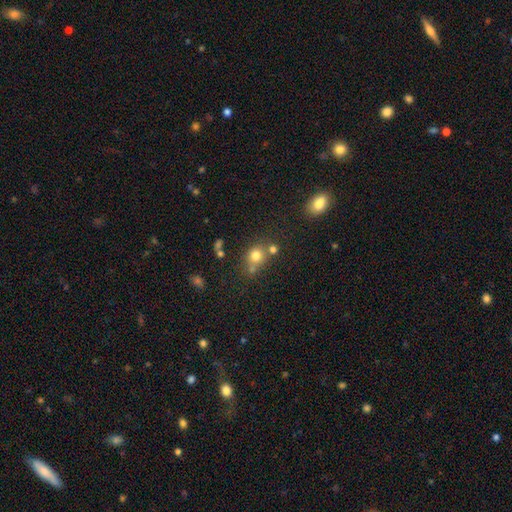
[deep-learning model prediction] A smooth galaxy with no disk features (74%) that is round (82%).

Vote fractions:
- Smooth or featured? smooth: 74% / star or artifact: 15% / featured or disk: 10%
- How rounded? round: 82% / in between: 17% / cigar-shaped: 1%
- Merging? none: 59% / merger: 25% / minor disturbance: 11% / major disturbance: 4%